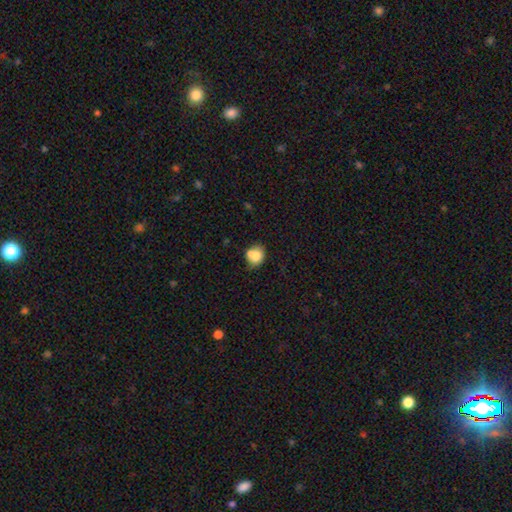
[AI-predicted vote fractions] Q: Smooth or featured?
A: smooth (78%); runner-up: featured or disk (12%)
Q: How rounded?
A: round (70%); runner-up: in between (29%)
Q: Merging?
A: none (52%); runner-up: merger (23%)